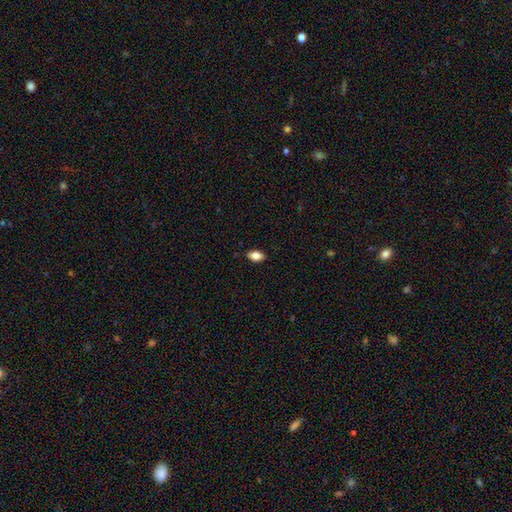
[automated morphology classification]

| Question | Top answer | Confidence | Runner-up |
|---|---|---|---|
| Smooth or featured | smooth | 81% | featured or disk (11%) |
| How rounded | in between | 89% | round (6%) |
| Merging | none | 87% | minor disturbance (10%) |